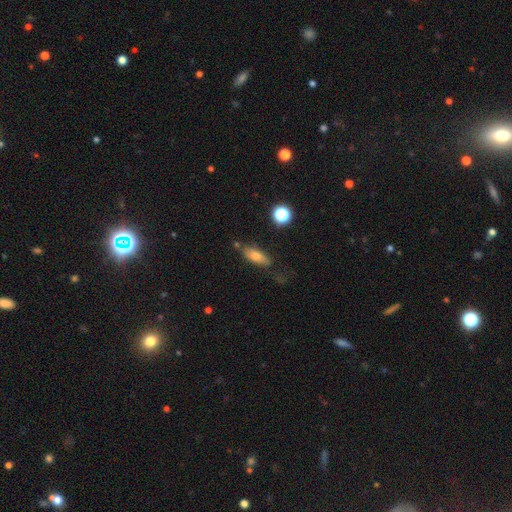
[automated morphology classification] Overall: smooth (70%). How rounded: in between (66%; cigar-shaped 29%). Merging: none (65%).